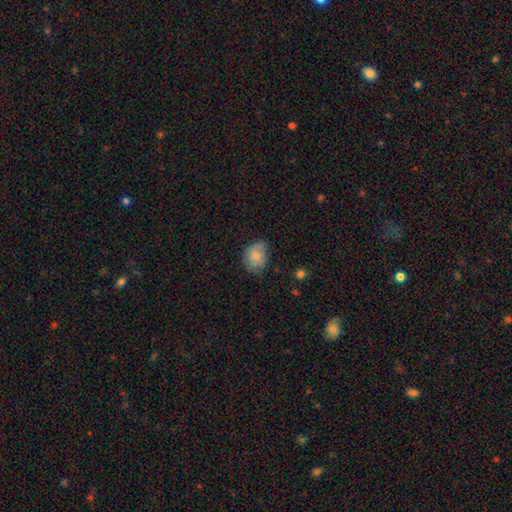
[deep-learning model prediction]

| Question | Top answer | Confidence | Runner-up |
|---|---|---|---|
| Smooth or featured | smooth | 79% | featured or disk (12%) |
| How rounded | in between | 63% | round (36%) |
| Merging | none | 59% | minor disturbance (31%) |